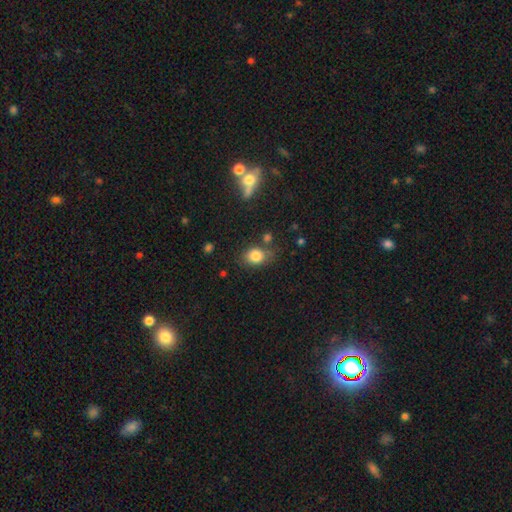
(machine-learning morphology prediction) smooth_or_featured: smooth (p=0.81) [alt: star or artifact p=0.11]
how_rounded: in between (p=0.55) [alt: round p=0.44]
merging: none (p=0.67) [alt: minor disturbance p=0.19]